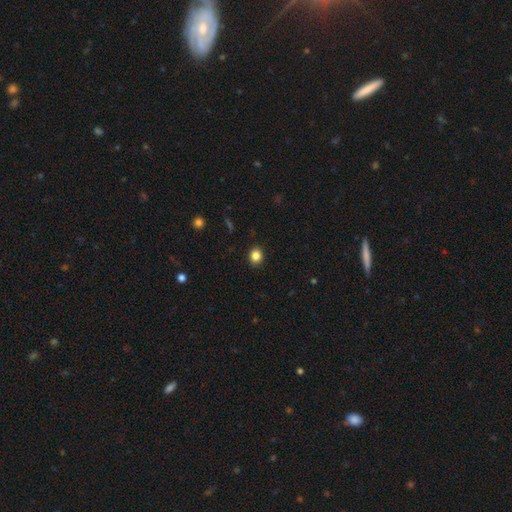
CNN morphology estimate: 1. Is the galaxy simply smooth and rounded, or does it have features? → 84% smooth, 11% star or artifact, 5% featured or disk.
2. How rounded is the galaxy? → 71% round, 28% in between, 1% cigar-shaped.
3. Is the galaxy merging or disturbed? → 90% none, 7% minor disturbance, 2% major disturbance, 1% merger.